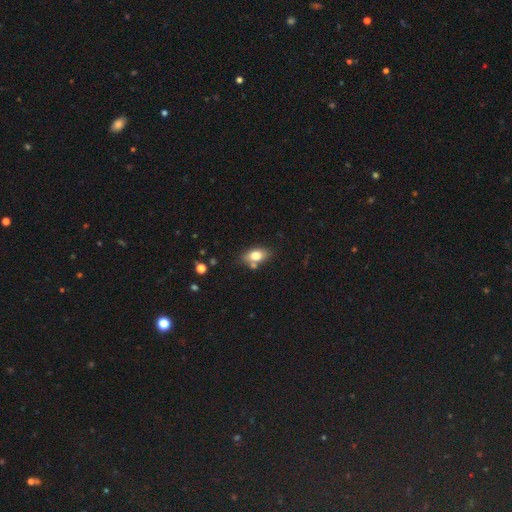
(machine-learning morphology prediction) This appears to be a smooth galaxy with no disk features (76%) that is in between round and cigar-shaped (85%). Merging: none (70%).